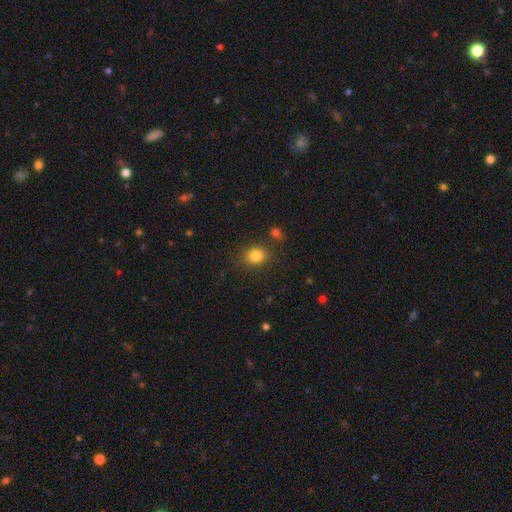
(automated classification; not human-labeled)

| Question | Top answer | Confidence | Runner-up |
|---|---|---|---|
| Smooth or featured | smooth | 83% | star or artifact (12%) |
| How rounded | round | 72% | in between (27%) |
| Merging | none | 83% | minor disturbance (10%) |